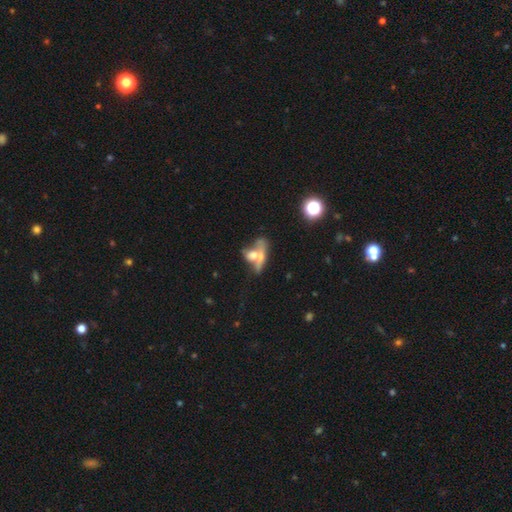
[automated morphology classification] Smooth or featured?
  - smooth: 48% *
  - featured or disk: 40%
  - star or artifact: 12%
Merging?
  - merger: 59% *
  - none: 22%
  - major disturbance: 11%
  - minor disturbance: 9%